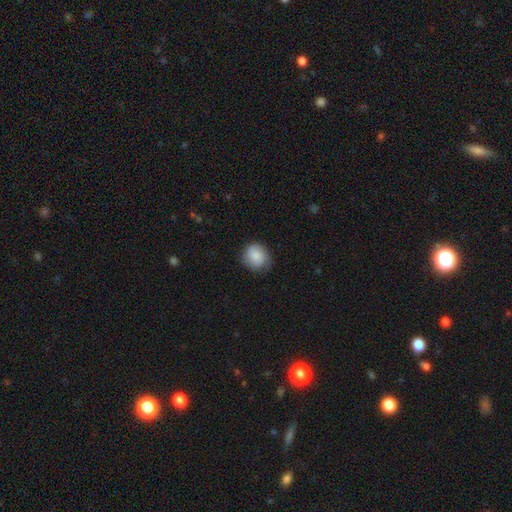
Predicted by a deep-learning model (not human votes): Overall: smooth (79%). How rounded: round (81%). Merging: none (78%).